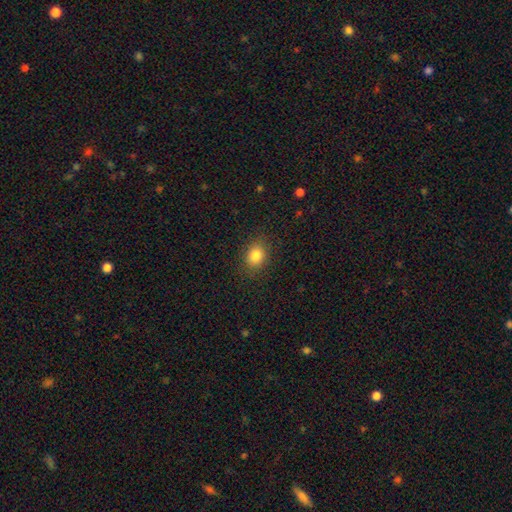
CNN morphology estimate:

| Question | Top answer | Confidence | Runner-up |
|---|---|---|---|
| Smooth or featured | smooth | 84% | star or artifact (10%) |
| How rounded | in between | 57% | round (42%) |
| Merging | none | 87% | minor disturbance (9%) |